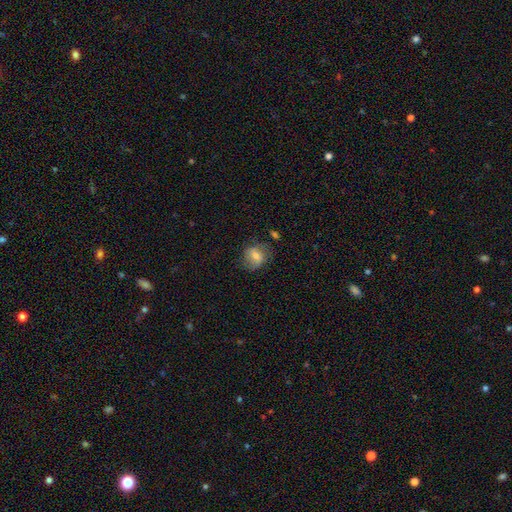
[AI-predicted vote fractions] Smooth or featured: smooth — 67% (featured or disk — 24%)
How rounded: round — 56% (in between — 42%)
Merging: none — 64% (minor disturbance — 23%)